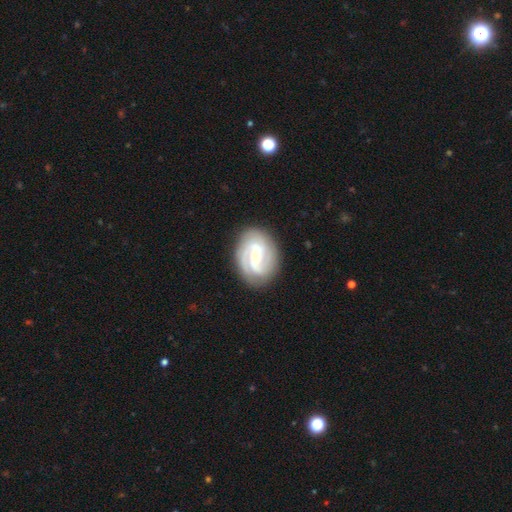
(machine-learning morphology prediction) This is clearly a featured or disk galaxy (83%). It is clearly not viewed edge-on (97%). Bar: possibly weak (48%). Spiral arm pattern: clearly yes (96%). Spiral arm count: possibly 2 (52%). Spiral winding: marginally tight (43%, tied with medium). Central bulge: possibly small (53%). Merging: clearly none (82%).